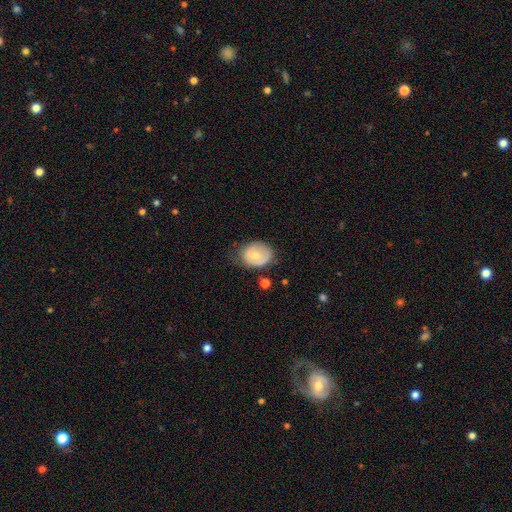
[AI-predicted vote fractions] Overall: smooth (65%; featured or disk 28%). How rounded: round (50%; in between 49%). Merging: none (60%; minor disturbance 28%).